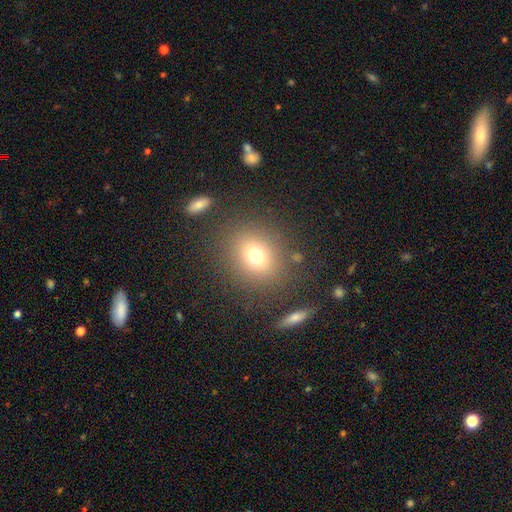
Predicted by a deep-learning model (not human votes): Smooth or featured? Predicted: smooth (p=0.72). How rounded? Predicted: round (p=0.72). Merging? Predicted: none (p=0.82).